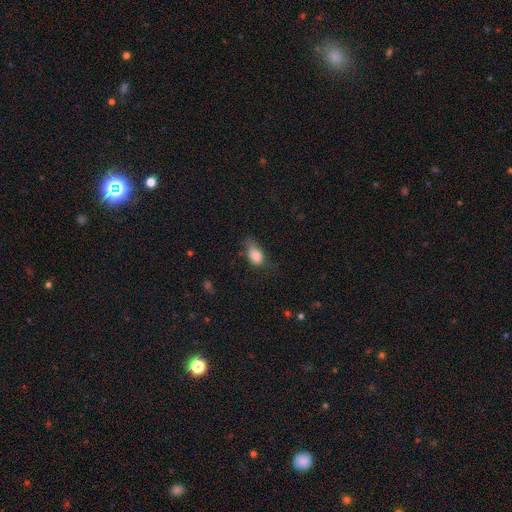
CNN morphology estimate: A smooth galaxy with no disk features (81%) that is in between round and cigar-shaped (84%). Merging: minor disturbance (37%, tied with none).